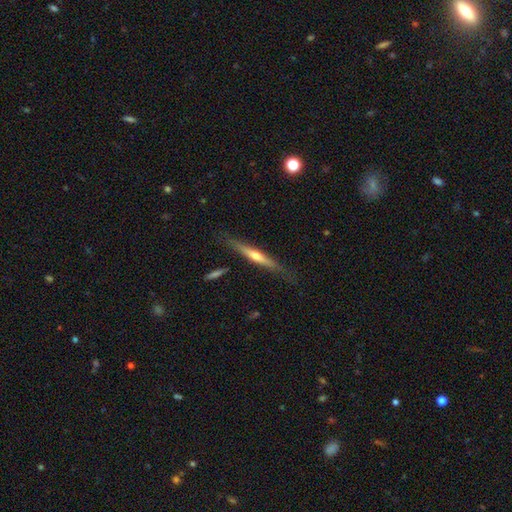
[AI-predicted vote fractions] Morphology: type=featured or disk (61%); edge-on=yes (95%); edge-on bulge=rounded (79%); merging=none (79%).